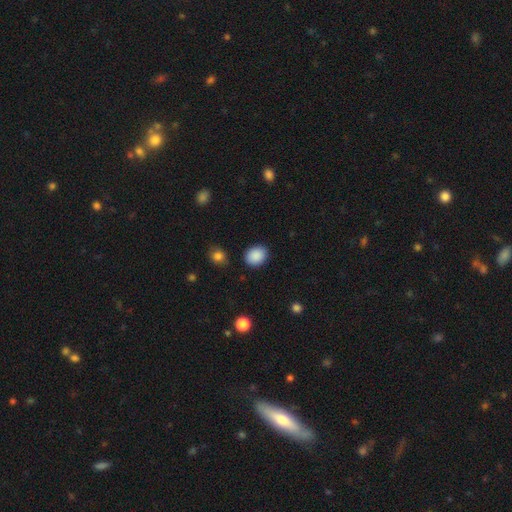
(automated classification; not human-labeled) Smooth or featured? smooth (89%)
How rounded? round (51%)
Merging? none (88%)